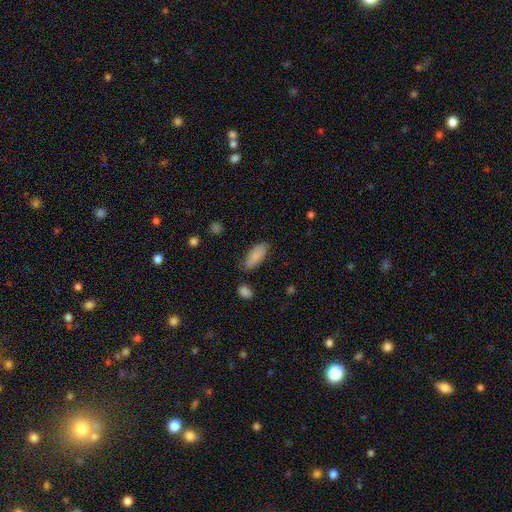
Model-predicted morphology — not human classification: Smooth or featured?
  - smooth: 85% *
  - featured or disk: 9%
  - star or artifact: 7%
How rounded?
  - in between: 84% *
  - cigar-shaped: 14%
  - round: 2%
Merging?
  - none: 75% *
  - minor disturbance: 18%
  - major disturbance: 4%
  - merger: 3%